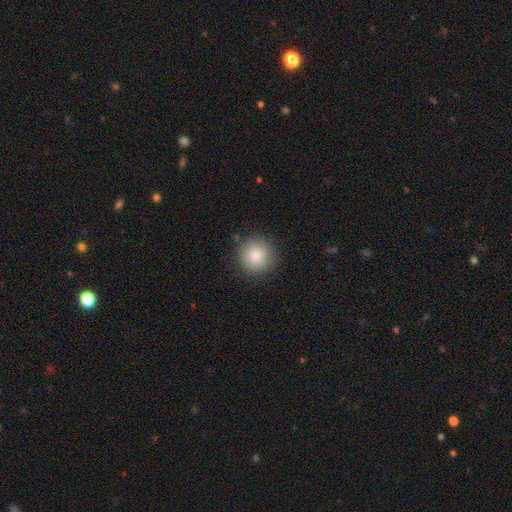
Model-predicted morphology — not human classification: Q: Smooth or featured?
A: smooth (83%); runner-up: star or artifact (9%)
Q: How rounded?
A: round (94%); runner-up: in between (5%)
Q: Merging?
A: none (87%); runner-up: minor disturbance (9%)